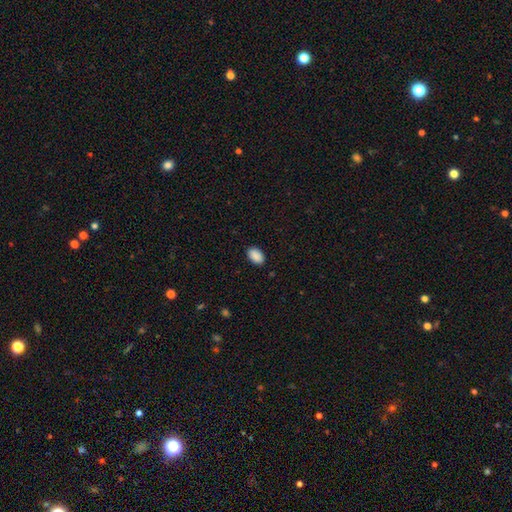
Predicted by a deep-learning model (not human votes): Smooth or featured?
  - smooth: 90% *
  - star or artifact: 7%
  - featured or disk: 3%
How rounded?
  - in between: 91% *
  - round: 8%
  - cigar-shaped: 1%
Merging?
  - none: 89% *
  - minor disturbance: 8%
  - major disturbance: 2%
  - merger: 1%